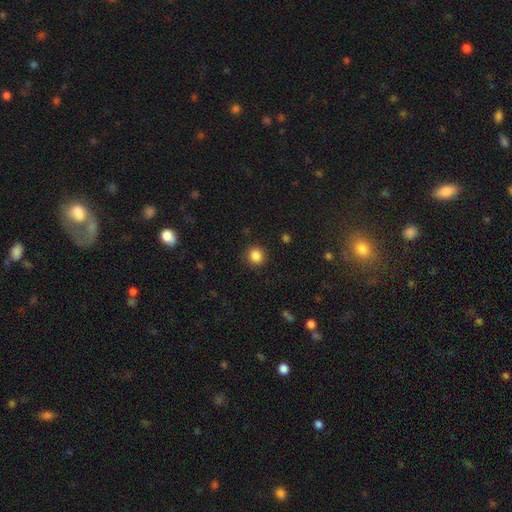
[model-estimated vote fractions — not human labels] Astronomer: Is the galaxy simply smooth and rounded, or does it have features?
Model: smooth — 86%.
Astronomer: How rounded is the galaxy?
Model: round — 88%.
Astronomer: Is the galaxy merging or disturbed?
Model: none — 89%.